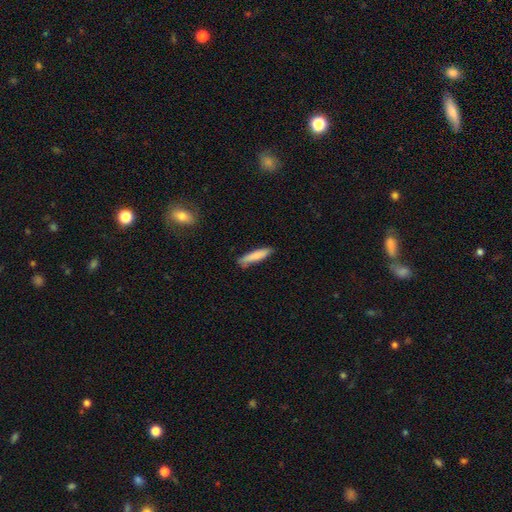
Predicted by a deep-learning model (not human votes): This appears to be a smooth galaxy with no disk features (81%) that is cigar-shaped (85%). Merging: none (81%).